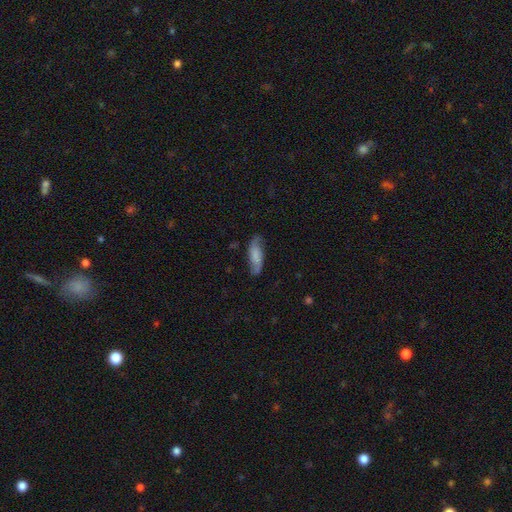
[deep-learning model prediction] This appears to be a smooth galaxy with no disk features (48%). Merging: none (72%).